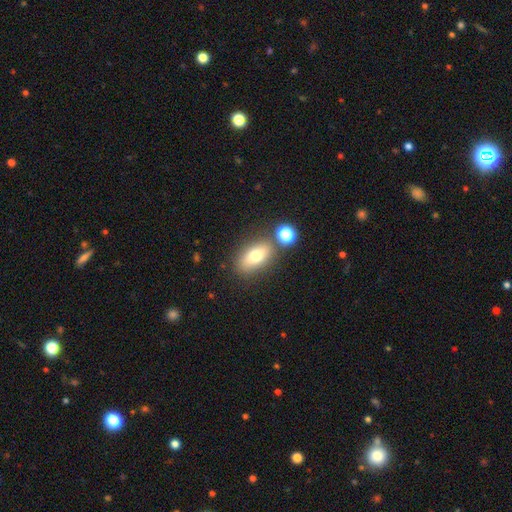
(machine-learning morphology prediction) Overall: smooth (70%). How rounded: in between (80%). Merging: none (76%).